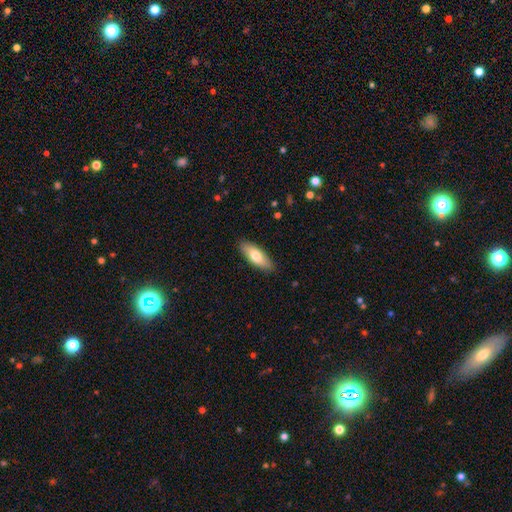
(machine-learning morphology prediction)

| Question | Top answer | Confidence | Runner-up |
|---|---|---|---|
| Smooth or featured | smooth | 72% | featured or disk (22%) |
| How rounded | in between | 65% | cigar-shaped (33%) |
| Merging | none | 88% | minor disturbance (9%) |